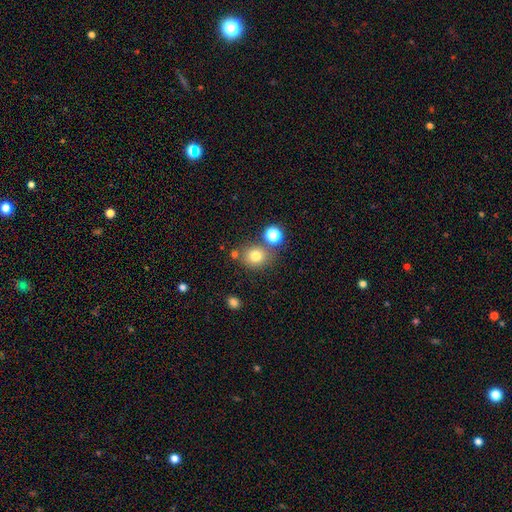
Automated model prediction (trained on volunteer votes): A smooth galaxy with no disk features (77%) that is round (76%).

Vote fractions:
- Smooth or featured? smooth: 77% / star or artifact: 14% / featured or disk: 9%
- How rounded? round: 76% / in between: 23% / cigar-shaped: 1%
- Merging? none: 71% / merger: 13% / minor disturbance: 11% / major disturbance: 4%